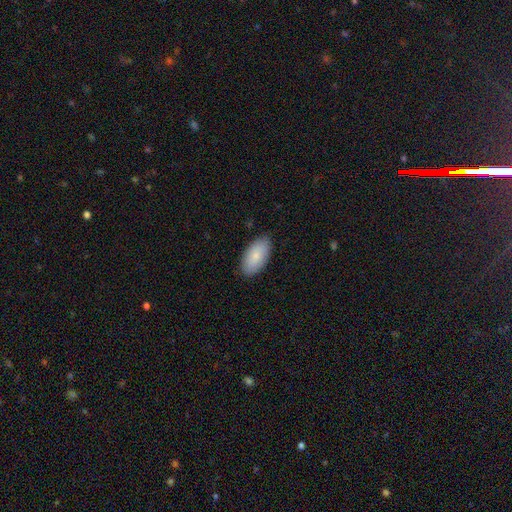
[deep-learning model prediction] smooth_or_featured: smooth (p=0.84) [alt: featured or disk p=0.10]
how_rounded: in between (p=0.95) [alt: cigar-shaped p=0.03]
merging: none (p=0.86) [alt: minor disturbance p=0.11]